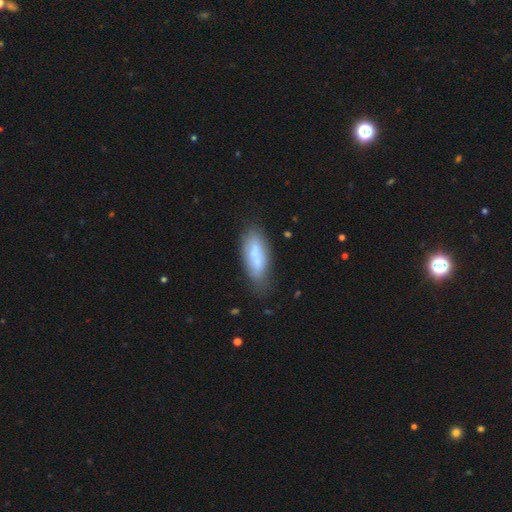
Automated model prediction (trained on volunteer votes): A smooth galaxy with no disk features (72%) that is in between round and cigar-shaped (65%). Merging: none (67%).